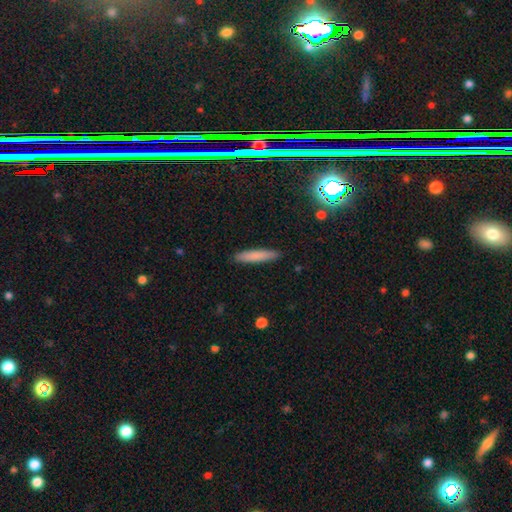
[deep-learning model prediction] The model was most divided on "smooth or featured": smooth: 79%, featured or disk: 13%, star or artifact: 7%. More confident: merging — none (90%); how rounded — cigar-shaped (90%).